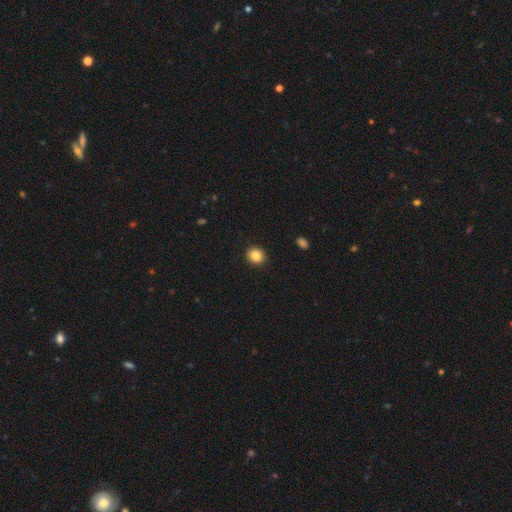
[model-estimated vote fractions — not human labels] This appears to be a smooth galaxy with no disk features (85%) that is round (79%). Merging: none (91%).